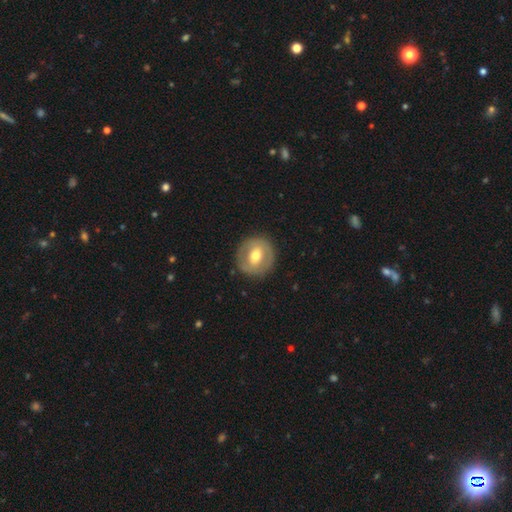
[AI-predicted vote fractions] This is possibly a featured or disk galaxy (49%). Merging: clearly none (86%).